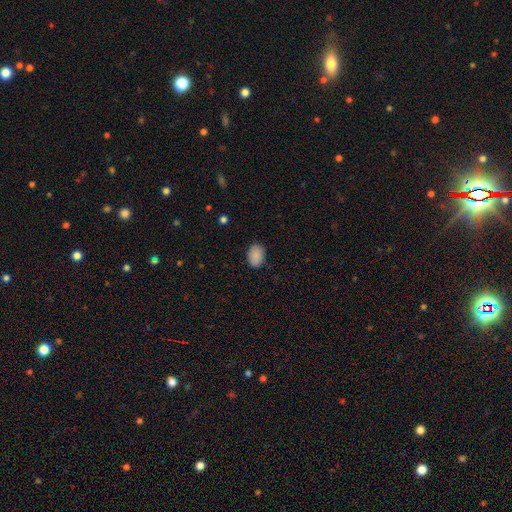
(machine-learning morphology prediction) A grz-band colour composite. It shows a smooth galaxy with no disk features (89%) that is in between round and cigar-shaped (78%). Merging: none (85%).